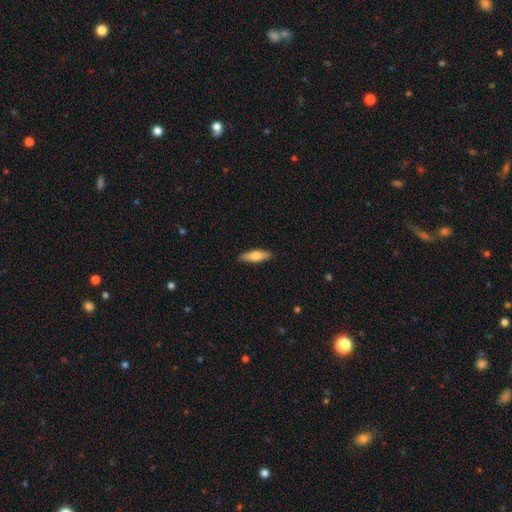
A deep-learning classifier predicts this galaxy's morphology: The model was most divided on "how rounded": in between: 51%, cigar-shaped: 47%, round: 2%. More confident: merging — none (88%); smooth or featured — smooth (72%).